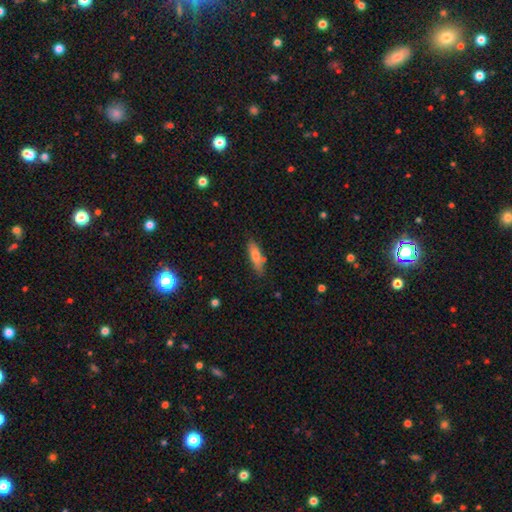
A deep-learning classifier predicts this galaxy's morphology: smooth-or-featured: smooth: 74% | featured or disk: 19% | star or artifact: 7%
  how-rounded: cigar-shaped: 57% | in between: 40% | round: 2%
  merging: none: 75% | minor disturbance: 16% | merger: 6% | major disturbance: 3%